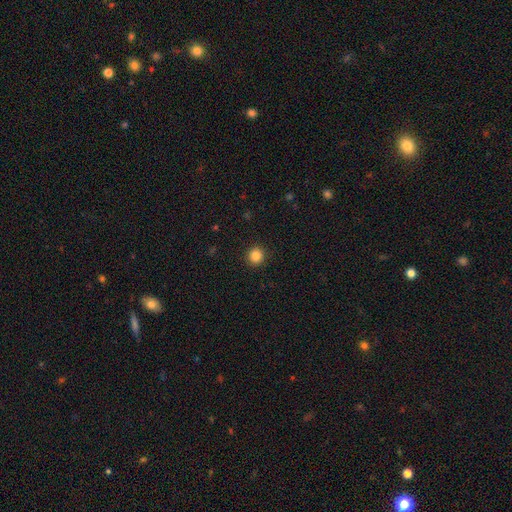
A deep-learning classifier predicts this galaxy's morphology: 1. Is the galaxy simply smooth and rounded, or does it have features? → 85% smooth, 11% star or artifact, 4% featured or disk.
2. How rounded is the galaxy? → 94% round, 6% in between, 1% cigar-shaped.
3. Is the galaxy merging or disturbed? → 93% none, 4% minor disturbance, 2% major disturbance, 1% merger.